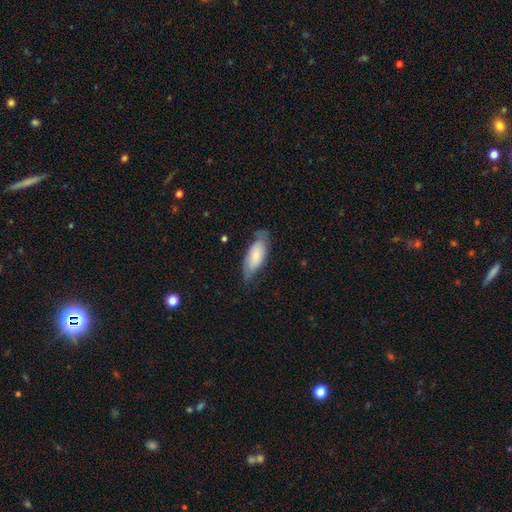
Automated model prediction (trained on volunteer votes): smooth 62%, featured or disk 32%, star or artifact 6%. Down the decision tree: how rounded — in between (81%); merging — none (65%).